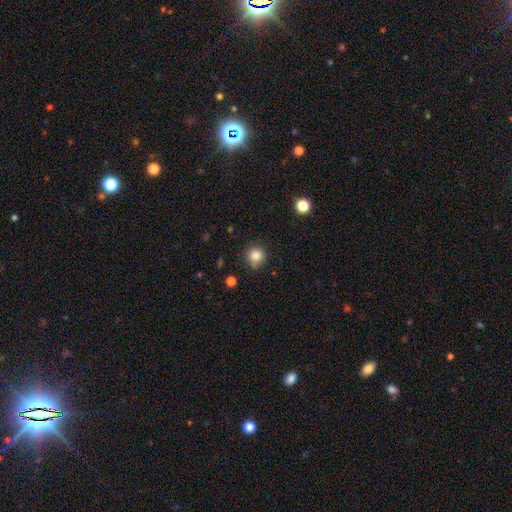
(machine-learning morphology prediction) smooth_or_featured: smooth (p=0.83) [alt: star or artifact p=0.11]
how_rounded: round (p=0.91) [alt: in between p=0.08]
merging: none (p=0.78) [alt: minor disturbance p=0.15]